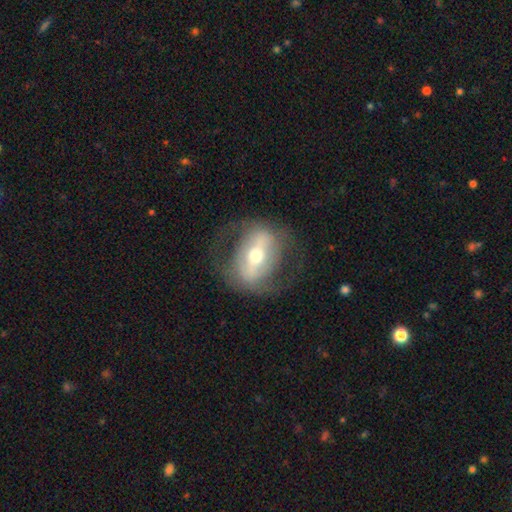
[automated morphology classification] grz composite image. It shows a featured or disk galaxy (71%) with a strong bar (63%), no spiral arms (57%) and a moderate central bulge (61%). Merging: none (71%).